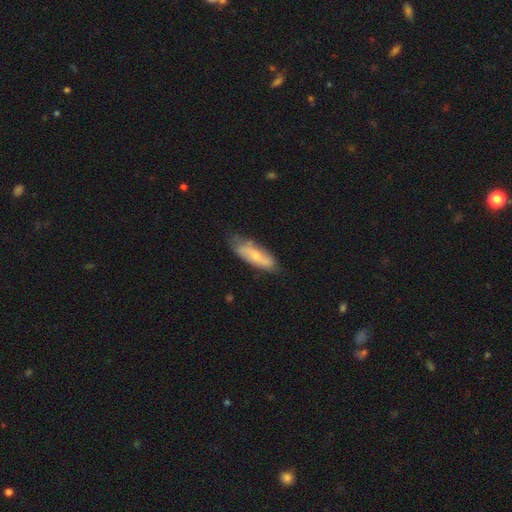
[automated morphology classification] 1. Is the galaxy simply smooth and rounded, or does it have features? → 48% smooth, 46% featured or disk, 6% star or artifact.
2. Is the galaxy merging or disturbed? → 67% none, 26% minor disturbance, 6% major disturbance, 2% merger.